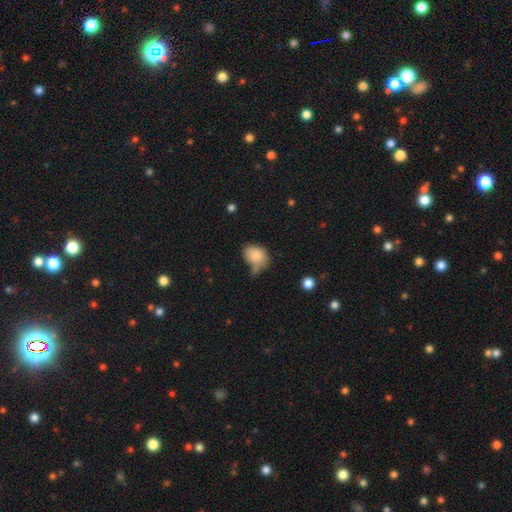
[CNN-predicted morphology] Smooth or featured? smooth (83%)
How rounded? in between (61%)
Merging? none (44%)